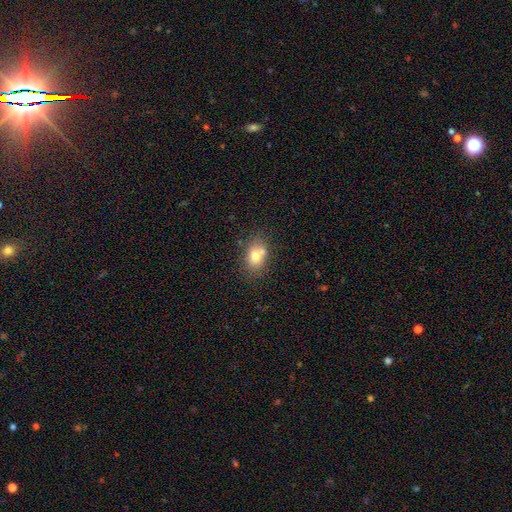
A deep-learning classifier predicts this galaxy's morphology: Smooth or featured? Predicted: smooth (p=0.72). How rounded? Predicted: in between (p=0.70). Merging? Predicted: none (p=0.56).